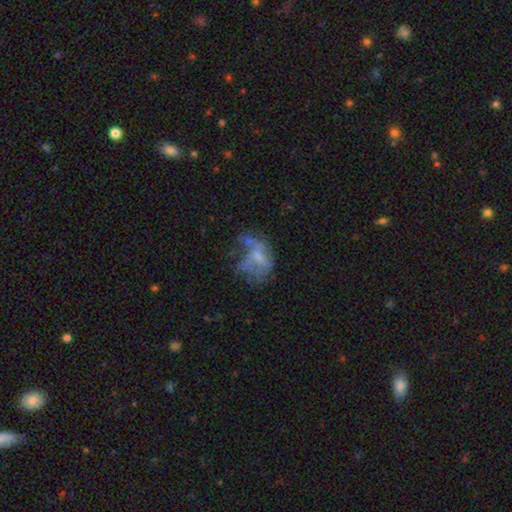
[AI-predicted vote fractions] smooth-or-featured: featured or disk: 54% | smooth: 30% | star or artifact: 16%
  disk-edge-on: no: 97% | yes: 3%
    bar: no: 64% | weak: 29% | strong: 7%
    has-spiral-arms: no: 76% | yes: 24%
    bulge-size: none: 39% | small: 34% | moderate: 24% | large: 3% | dominant: 1%
  merging: major disturbance: 38% | none: 30% | minor disturbance: 19% | merger: 13%